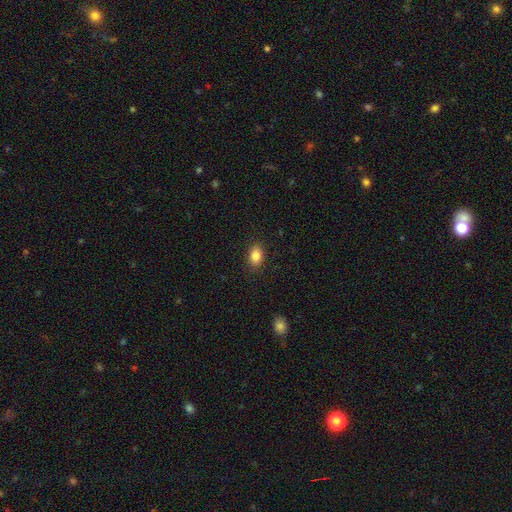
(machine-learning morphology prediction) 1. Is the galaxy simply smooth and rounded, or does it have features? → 86% smooth, 9% star or artifact, 6% featured or disk.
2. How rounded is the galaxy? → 82% in between, 17% round, 2% cigar-shaped.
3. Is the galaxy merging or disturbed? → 88% none, 9% minor disturbance, 2% major disturbance, 1% merger.